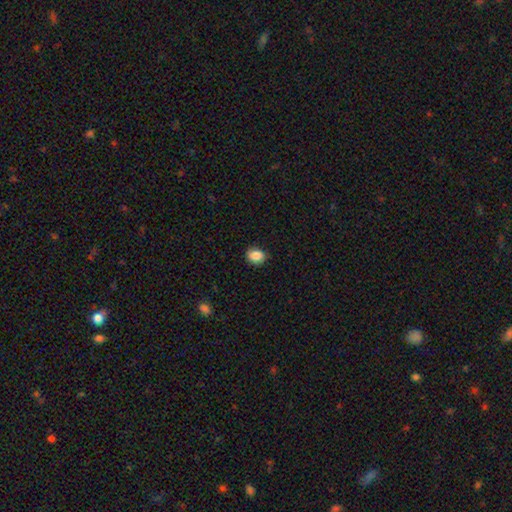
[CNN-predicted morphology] smooth 87%, star or artifact 9%, featured or disk 5%. Down the decision tree: how rounded — in between (56%); merging — none (82%).